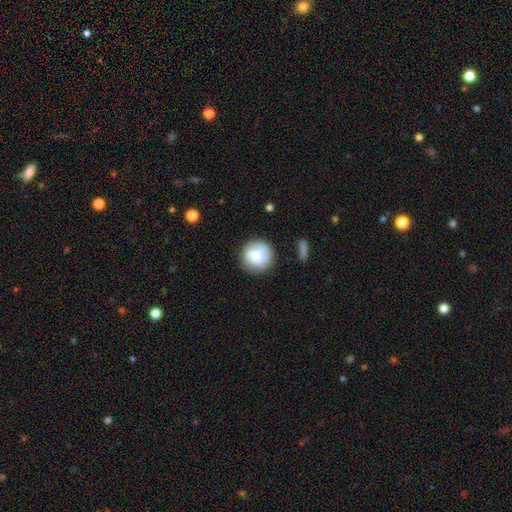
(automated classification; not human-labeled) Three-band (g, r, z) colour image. It shows a smooth galaxy with no disk features (64%) that is round (92%). Merging: none (78%).